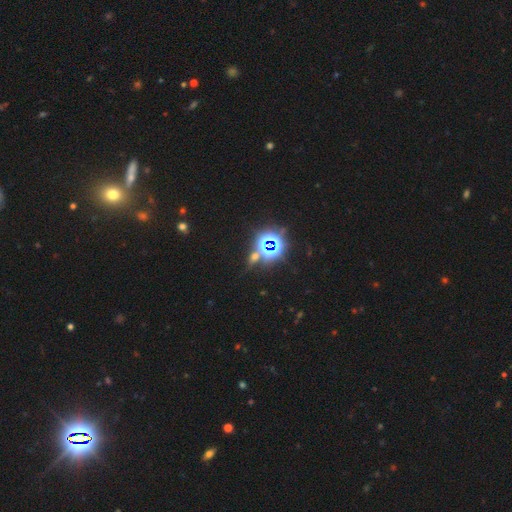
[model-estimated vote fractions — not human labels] A star or artifact, not a galaxy (72%).